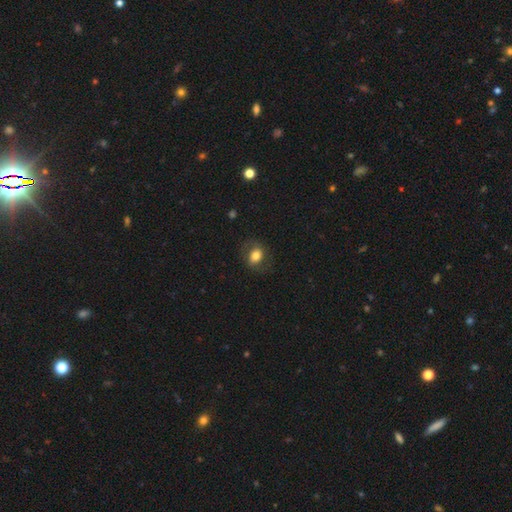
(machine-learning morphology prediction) Smooth or featured? Predicted: smooth (p=0.71). How rounded? Predicted: in between (p=0.63). Merging? Predicted: none (p=0.74).